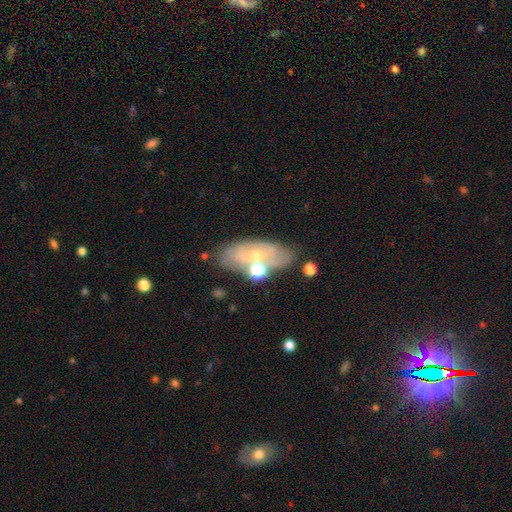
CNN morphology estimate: Smooth or featured: featured or disk — 55% (smooth — 35%)
Edge-on disk: no — 85% (yes — 15%)
Merging: none — 66% (minor disturbance — 18%)